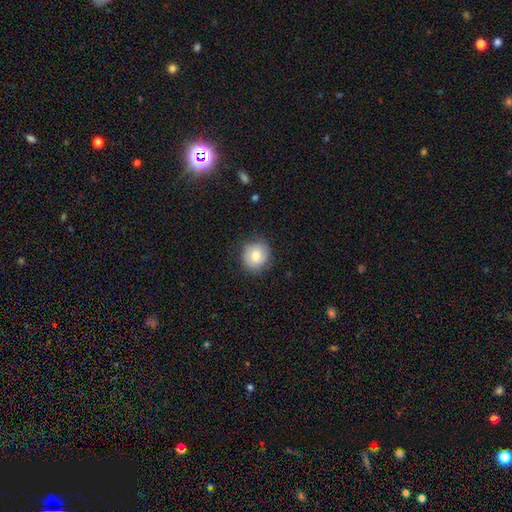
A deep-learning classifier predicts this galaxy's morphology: Overall: smooth (79%). How rounded: round (81%). Merging: none (80%).